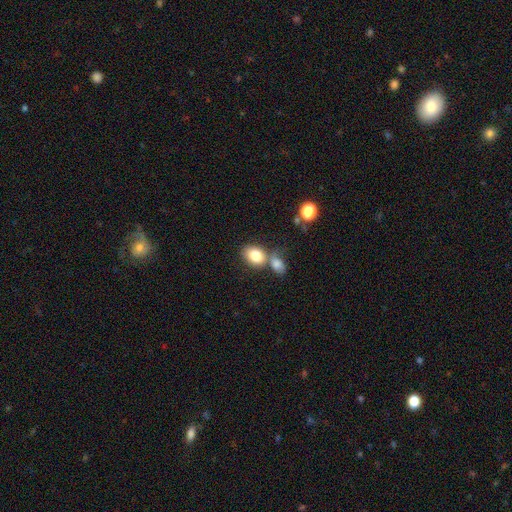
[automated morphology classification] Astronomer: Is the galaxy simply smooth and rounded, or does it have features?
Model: smooth — 82%.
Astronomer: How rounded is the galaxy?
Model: in between — 69%.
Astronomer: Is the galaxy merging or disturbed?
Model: none — 44% (runner-up: merger, 40%).